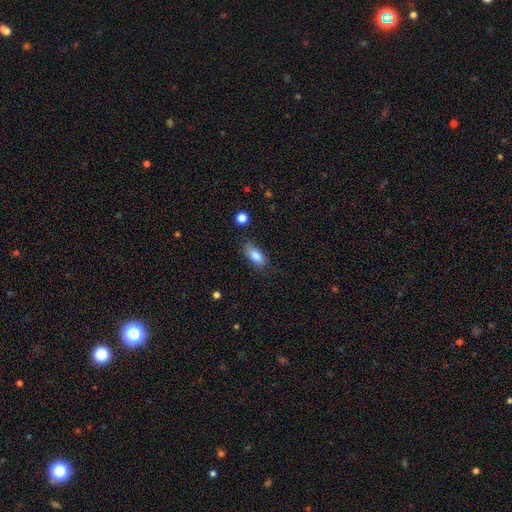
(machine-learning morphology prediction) Smooth or featured? Predicted: smooth (p=0.84). How rounded? Predicted: in between (p=0.84). Merging? Predicted: none (p=0.71).